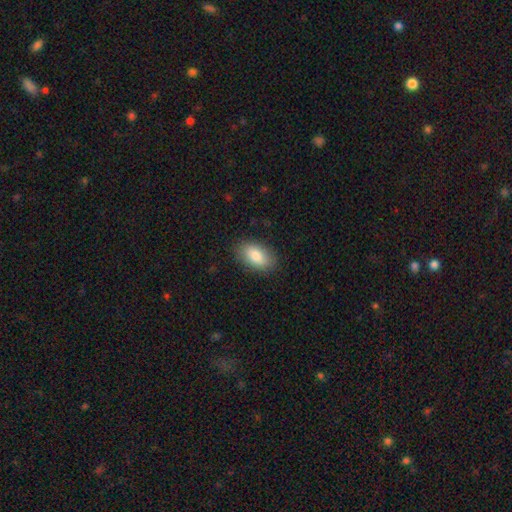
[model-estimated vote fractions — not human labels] A smooth galaxy with no disk features (85%) that is in between round and cigar-shaped (93%).

Vote fractions:
- Smooth or featured? smooth: 85% / featured or disk: 8% / star or artifact: 7%
- How rounded? in between: 93% / round: 4% / cigar-shaped: 3%
- Merging? none: 87% / minor disturbance: 10% / major disturbance: 3% / merger: 1%